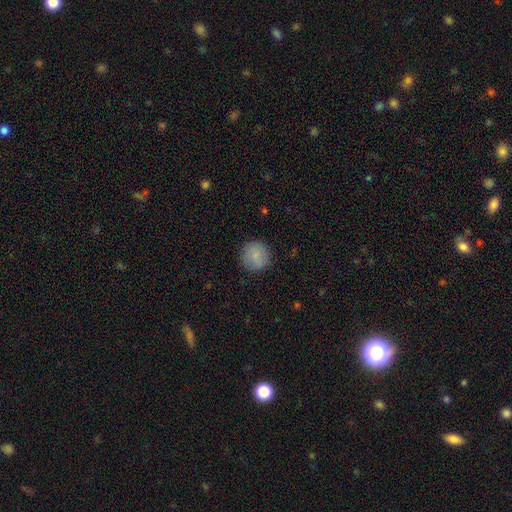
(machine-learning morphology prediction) Overall: smooth (85%). How rounded: round (94%). Merging: none (88%).